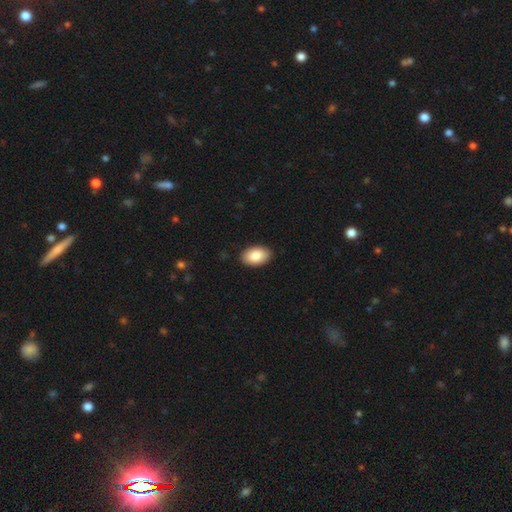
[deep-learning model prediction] smooth-or-featured: smooth: 86% | featured or disk: 7% | star or artifact: 6%
  how-rounded: in between: 92% | round: 6% | cigar-shaped: 1%
  merging: none: 90% | minor disturbance: 7% | major disturbance: 2% | merger: 1%